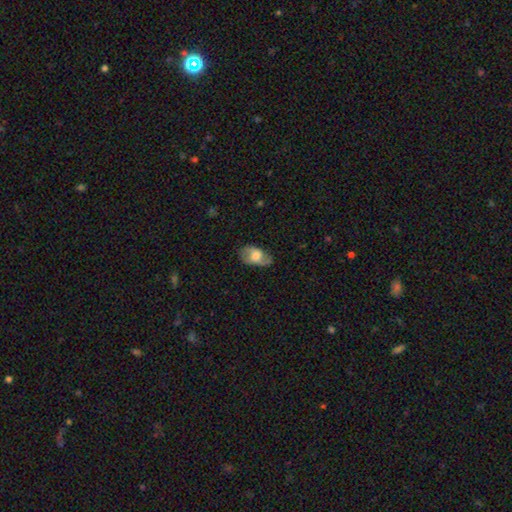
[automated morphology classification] smooth-or-featured: featured or disk: 55% | smooth: 38% | star or artifact: 7%
  disk-edge-on: no: 92% | yes: 8%
    bar: no: 51% | weak: 40% | strong: 10%
    has-spiral-arms: yes: 81% | no: 19%
    bulge-size: moderate: 49% | large: 30% | small: 14% | none: 5% | dominant: 2%
  merging: none: 75% | minor disturbance: 18% | major disturbance: 6% | merger: 1%